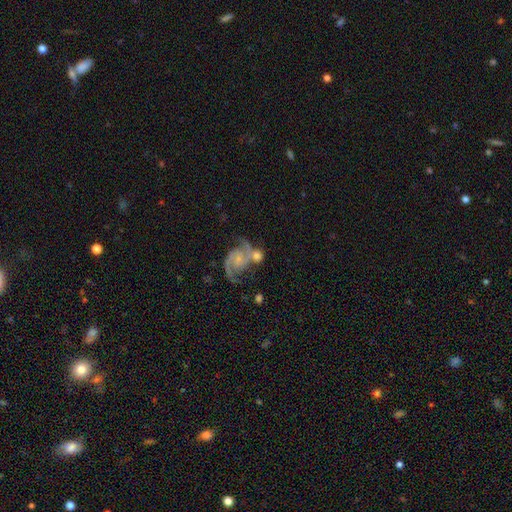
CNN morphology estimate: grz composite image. It shows a featured or disk galaxy (81%) with no bar (59%), 2 (90%) medium (52%) spiral arms (96%) and a small central bulge (64%). Merging: none (43%).